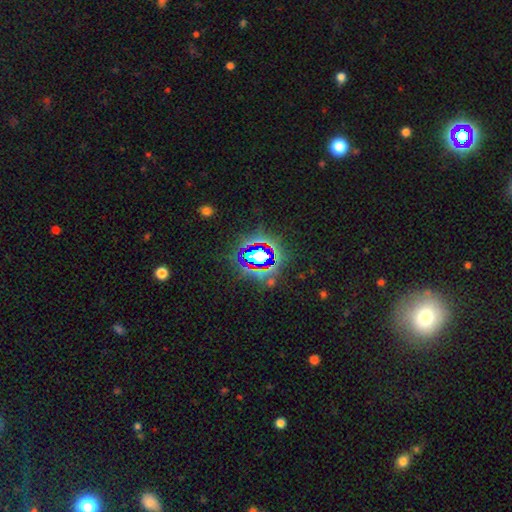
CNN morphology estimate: This appears to be a star or artifact, not a galaxy (73%).